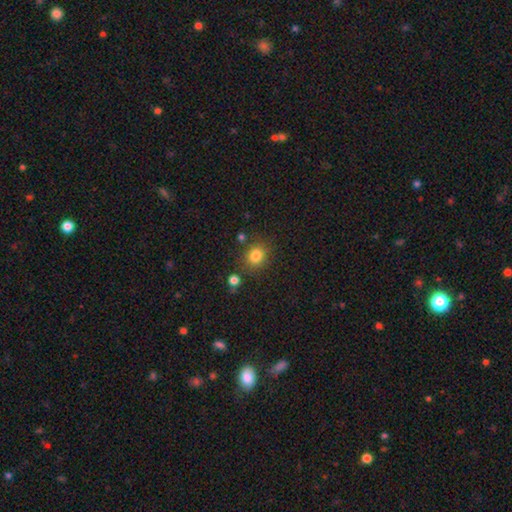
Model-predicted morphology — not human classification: Q: Smooth or featured?
A: smooth (82%); runner-up: star or artifact (12%)
Q: How rounded?
A: round (77%); runner-up: in between (22%)
Q: Merging?
A: none (79%); runner-up: minor disturbance (11%)